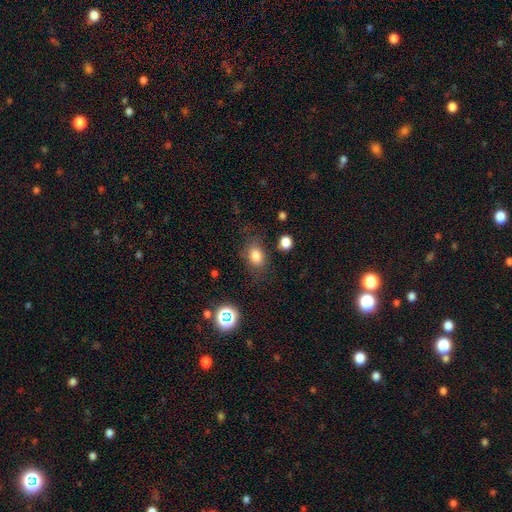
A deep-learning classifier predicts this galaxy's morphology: This appears to be a smooth galaxy with no disk features (80%) that is in between round and cigar-shaped (75%). Merging: none (72%).